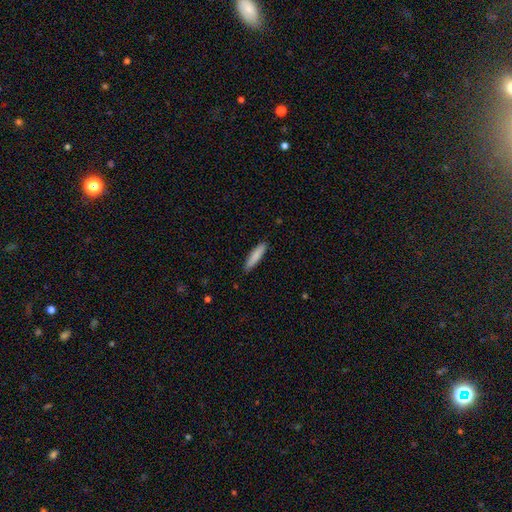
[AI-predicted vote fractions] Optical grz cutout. It shows a smooth galaxy with no disk features (84%) that is cigar-shaped (80%). Merging: none (87%).